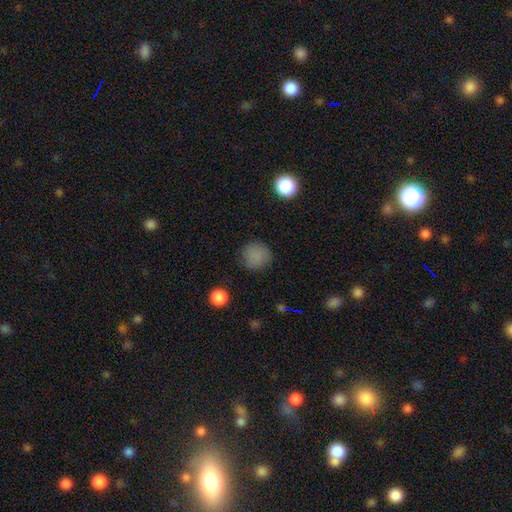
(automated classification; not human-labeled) This is clearly a smooth galaxy (82%). How rounded: clearly round (91%). Merging: clearly none (82%).